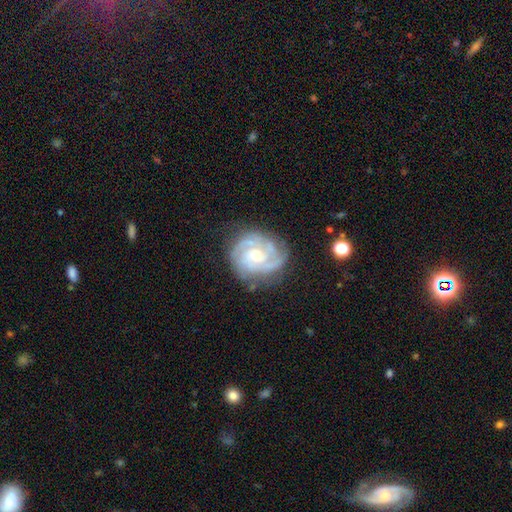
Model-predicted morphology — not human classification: A featured or disk galaxy (88%) with no bar (68%), 3 (40%) tight (66%) spiral arms (97%) and a moderate central bulge (53%). Merging: none (74%).